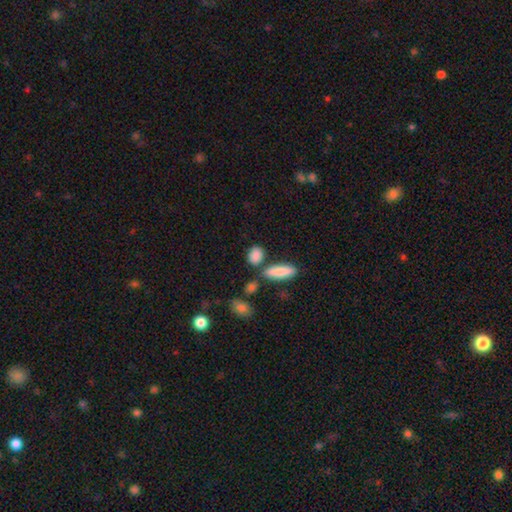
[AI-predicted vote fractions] Smooth or featured: smooth — 87% (star or artifact — 7%)
How rounded: in between — 60% (round — 28%)
Merging: none — 70% (merger — 13%)